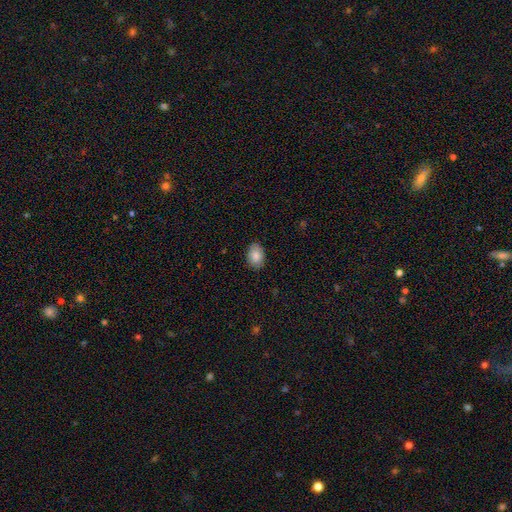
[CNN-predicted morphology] Smooth or featured? smooth (85%)
How rounded? in between (82%)
Merging? none (86%)